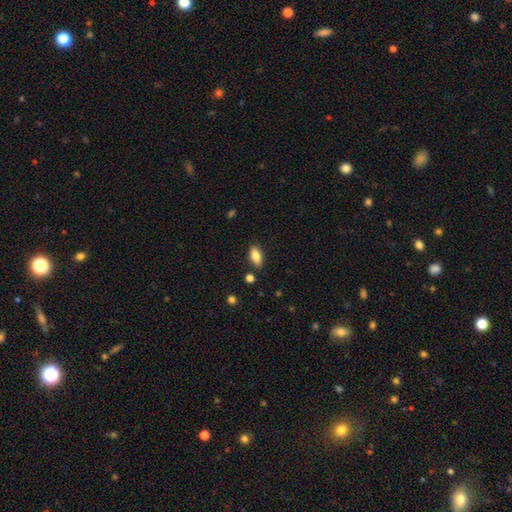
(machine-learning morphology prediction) Overall: smooth (81%). How rounded: in between (89%). Merging: none (85%).